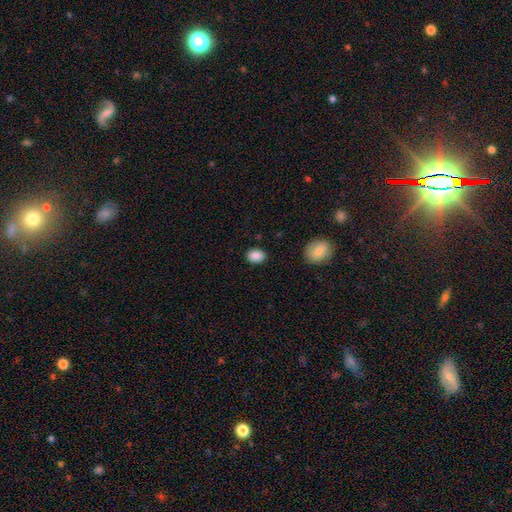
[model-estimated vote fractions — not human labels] Overall: smooth (88%). How rounded: in between (61%; round 38%). Merging: none (88%).